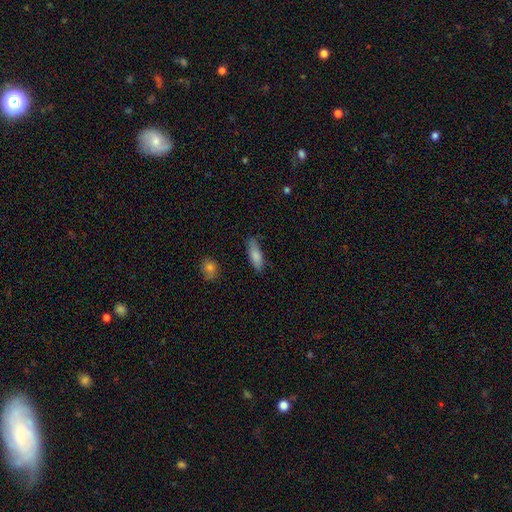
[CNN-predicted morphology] Smooth or featured? smooth (82%)
How rounded? in between (64%)
Merging? none (75%)